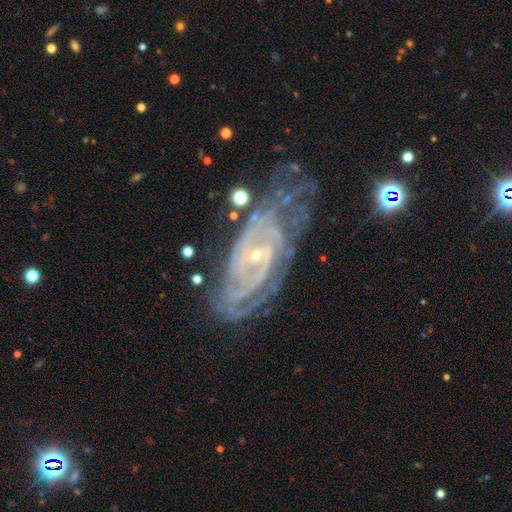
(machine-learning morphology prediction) featured or disk 90%, star or artifact 6%, smooth 4%. Down the decision tree: edge-on disk — no (95%); bar — no (51%); spiral arms — yes (97%); spiral arm count — 2 (29%); spiral winding — tight (72%); bulge size — small (84%); merging — none (58%).